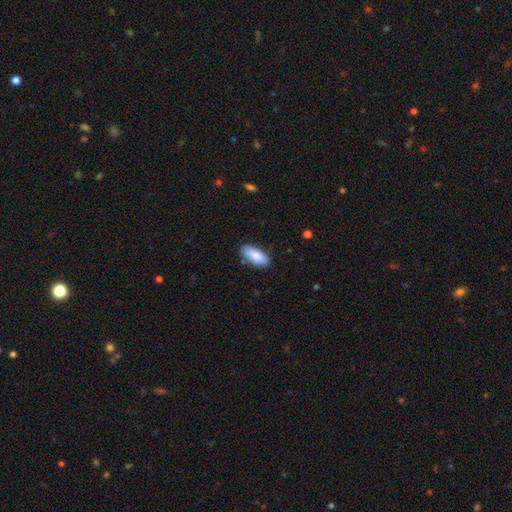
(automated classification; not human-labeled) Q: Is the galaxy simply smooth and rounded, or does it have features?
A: smooth — 85%.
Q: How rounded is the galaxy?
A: in between — 85%.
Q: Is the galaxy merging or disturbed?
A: none — 82%.